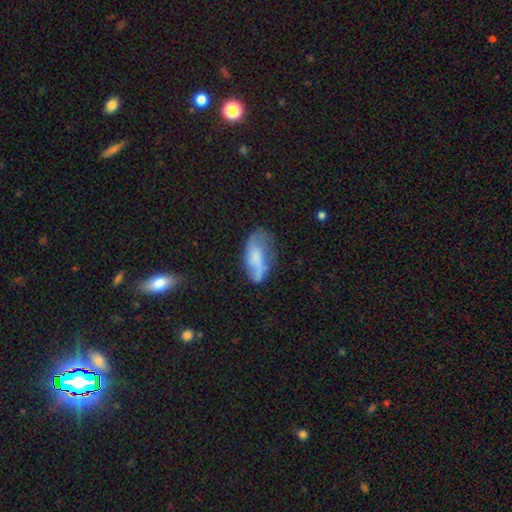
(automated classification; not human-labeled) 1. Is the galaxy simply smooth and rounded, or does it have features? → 48% smooth, 44% featured or disk, 9% star or artifact.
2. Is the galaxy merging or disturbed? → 46% none, 31% minor disturbance, 18% major disturbance, 5% merger.